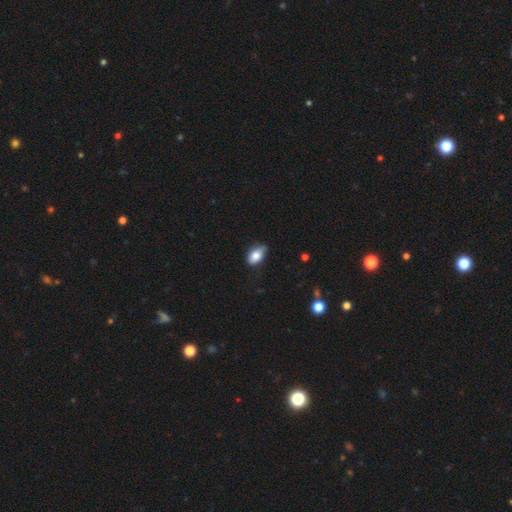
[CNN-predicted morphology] Smooth or featured: smooth — 81% (featured or disk — 12%)
How rounded: in between — 88% (round — 9%)
Merging: none — 52% (minor disturbance — 39%)